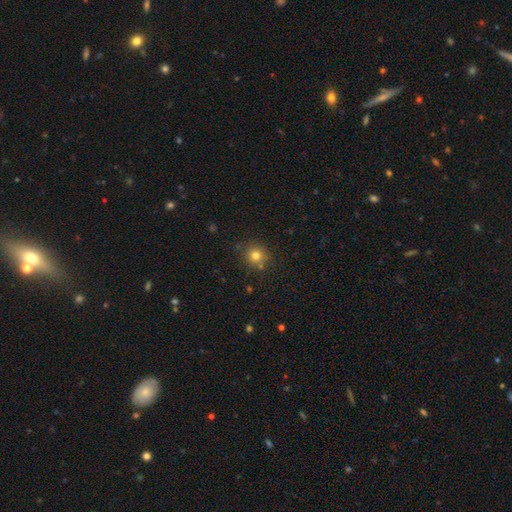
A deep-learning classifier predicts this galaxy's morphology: This is likely a smooth galaxy (77%). How rounded: clearly round (91%). Merging: clearly none (81%).